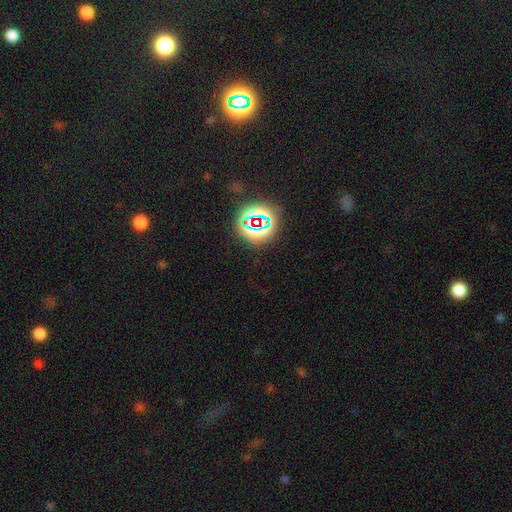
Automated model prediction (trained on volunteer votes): Smooth or featured: star or artifact — 73% (smooth — 17%)